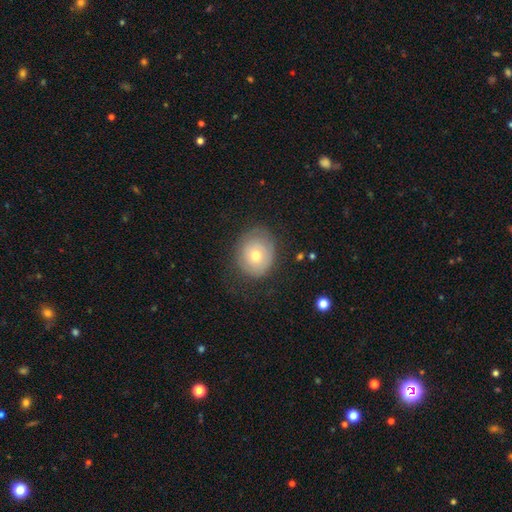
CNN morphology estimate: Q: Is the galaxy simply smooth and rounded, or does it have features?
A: smooth — 57%.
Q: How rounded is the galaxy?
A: round — 71%.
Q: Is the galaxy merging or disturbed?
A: none — 69%.